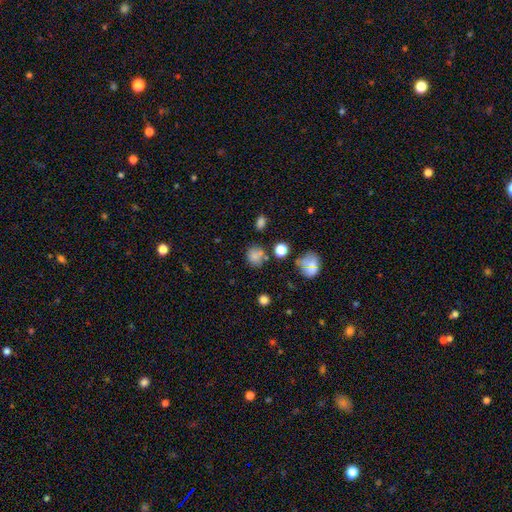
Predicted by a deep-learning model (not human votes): Overall: smooth (74%). How rounded: round (78%). Merging: none (69%).